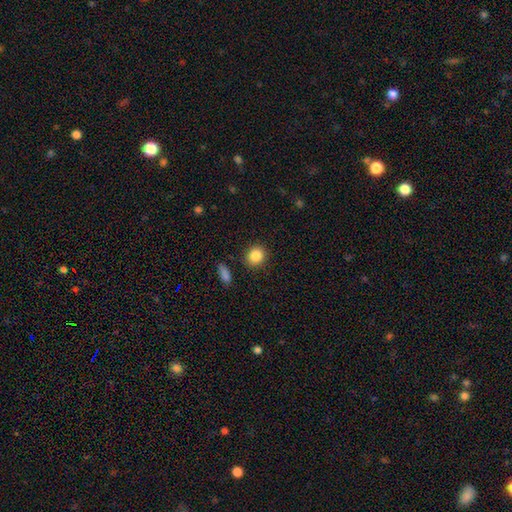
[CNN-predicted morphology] The model was most divided on "how rounded": round: 78%, in between: 21%, cigar-shaped: 1%. More confident: merging — none (88%); smooth or featured — smooth (86%).